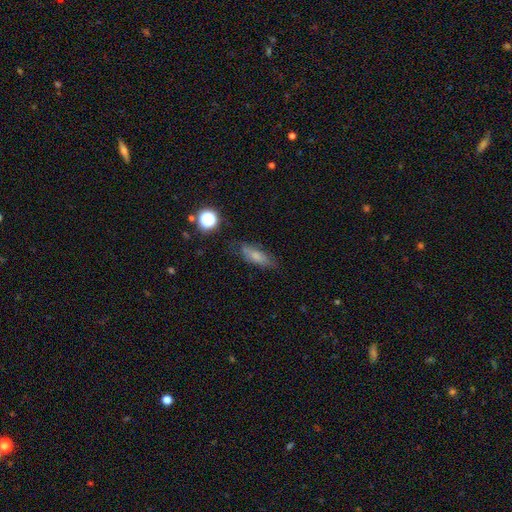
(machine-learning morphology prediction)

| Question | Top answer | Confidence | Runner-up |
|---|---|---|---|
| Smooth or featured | smooth | 71% | featured or disk (18%) |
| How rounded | in between | 60% | cigar-shaped (36%) |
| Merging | none | 69% | minor disturbance (21%) |